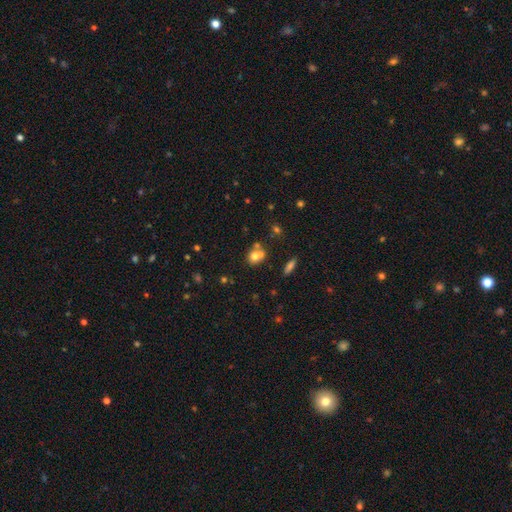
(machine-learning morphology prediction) smooth-or-featured: smooth: 72% | featured or disk: 15% | star or artifact: 13%
  how-rounded: in between: 53% | round: 45% | cigar-shaped: 2%
  merging: none: 44% | merger: 35% | minor disturbance: 15% | major disturbance: 6%